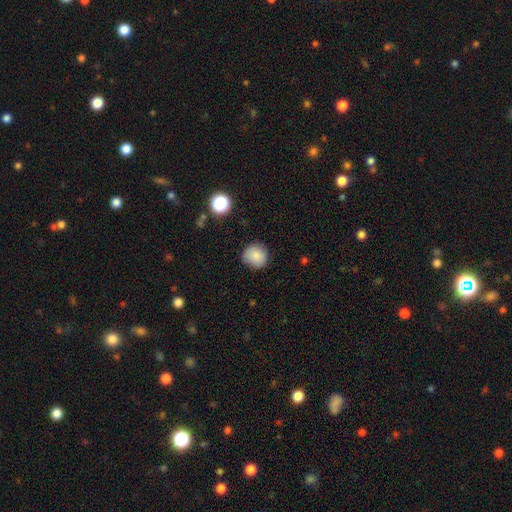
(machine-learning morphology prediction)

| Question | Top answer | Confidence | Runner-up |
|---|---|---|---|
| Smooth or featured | smooth | 85% | star or artifact (10%) |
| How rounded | round | 90% | in between (9%) |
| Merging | none | 86% | minor disturbance (11%) |